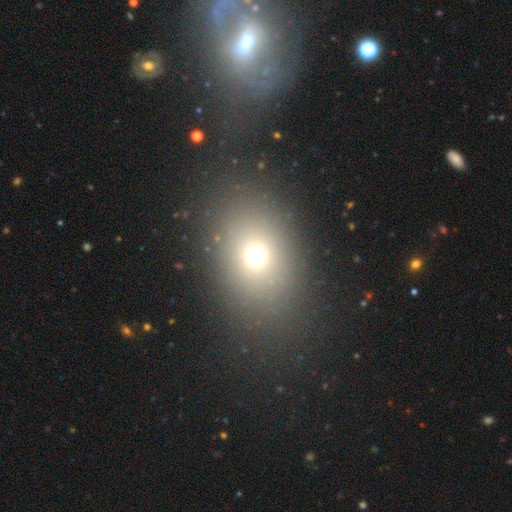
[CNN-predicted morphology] smooth-or-featured: smooth: 68% | star or artifact: 20% | featured or disk: 12%
  how-rounded: in between: 59% | round: 40% | cigar-shaped: 1%
  merging: none: 82% | minor disturbance: 10% | major disturbance: 6% | merger: 2%